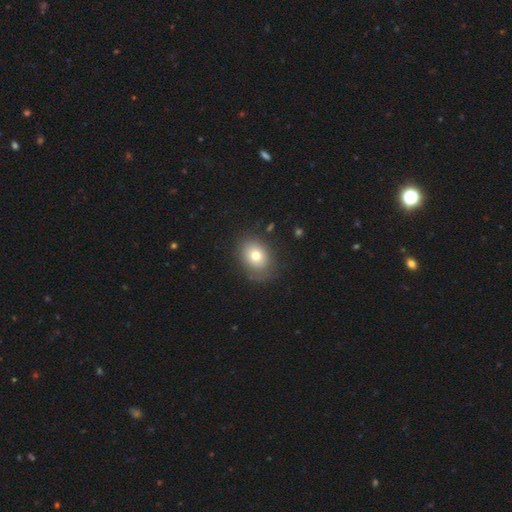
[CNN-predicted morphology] type=smooth (72%); roundness=in between (56%); merging=none (78%).